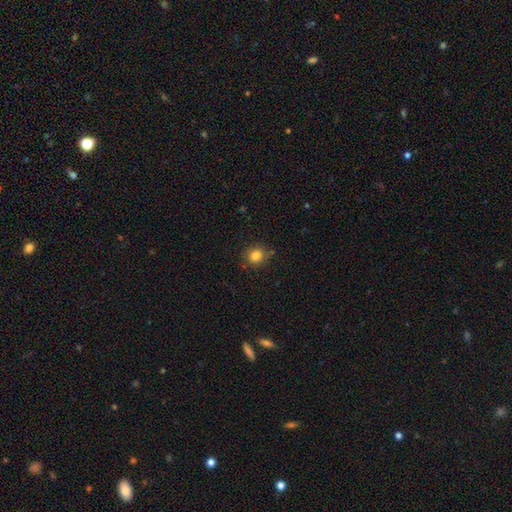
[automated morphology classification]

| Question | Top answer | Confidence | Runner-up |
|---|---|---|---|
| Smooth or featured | smooth | 83% | star or artifact (11%) |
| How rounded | round | 86% | in between (13%) |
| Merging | none | 84% | minor disturbance (10%) |